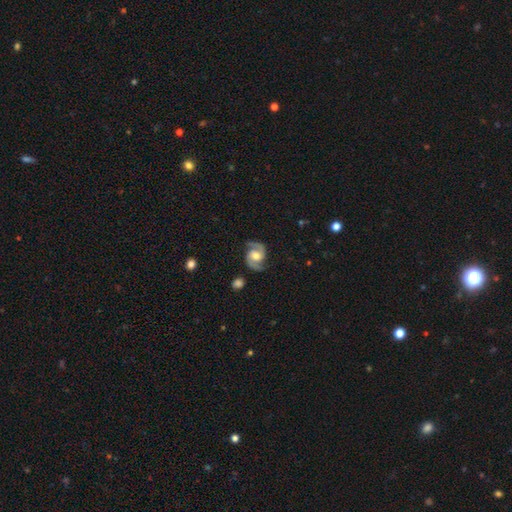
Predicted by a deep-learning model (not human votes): Smooth or featured: featured or disk — 90% (smooth — 5%)
Edge-on disk: no — 98% (yes — 2%)
Bar: no — 52% (weak — 37%)
Spiral arms: yes — 98% (no — 2%)
Spiral winding: medium — 57% (loose — 21%)
Spiral arm count: 2 — 94% (can't tell — 2%)
Bulge size: moderate — 69% (small — 16%)
Merging: none — 82% (minor disturbance — 13%)